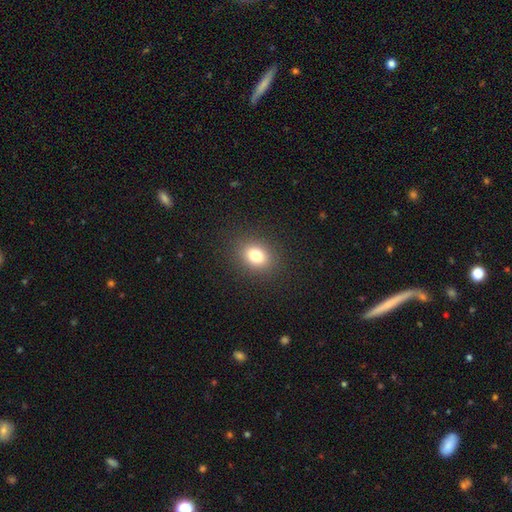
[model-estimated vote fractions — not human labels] This is likely a smooth galaxy (80%). How rounded: possibly in between (57%). Merging: clearly none (88%).